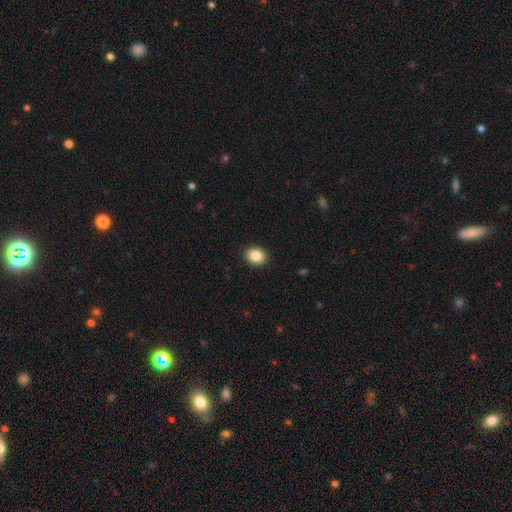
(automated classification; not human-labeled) A smooth galaxy with no disk features (87%) that is round (51%).

Vote fractions:
- Smooth or featured? smooth: 87% / star or artifact: 9% / featured or disk: 4%
- How rounded? round: 51% / in between: 49% / cigar-shaped: 1%
- Merging? none: 91% / minor disturbance: 6% / major disturbance: 2% / merger: 1%